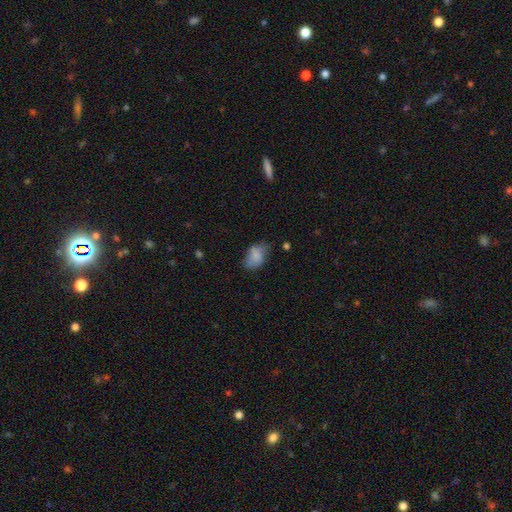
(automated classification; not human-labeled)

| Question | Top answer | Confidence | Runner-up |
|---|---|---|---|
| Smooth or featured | smooth | 79% | featured or disk (12%) |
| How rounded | in between | 85% | round (14%) |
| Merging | none | 52% | minor disturbance (33%) |